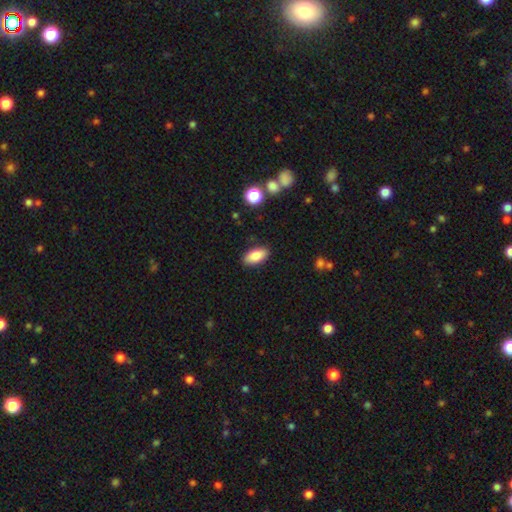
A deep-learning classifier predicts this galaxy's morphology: Smooth or featured? Predicted: smooth (p=0.83). How rounded? Predicted: in between (p=0.89). Merging? Predicted: none (p=0.88).